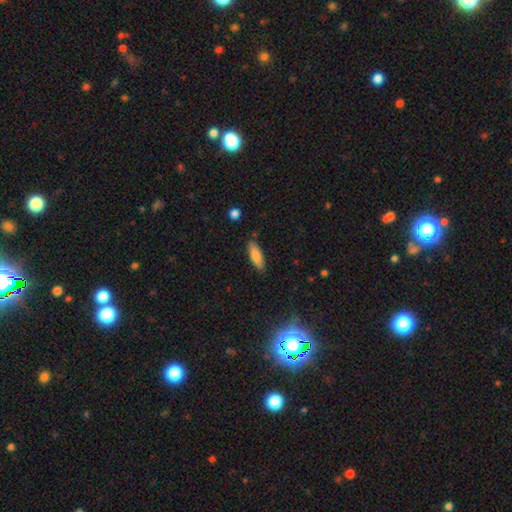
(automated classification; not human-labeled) Morphology: type=smooth (80%); roundness=in between (56%); merging=none (84%).